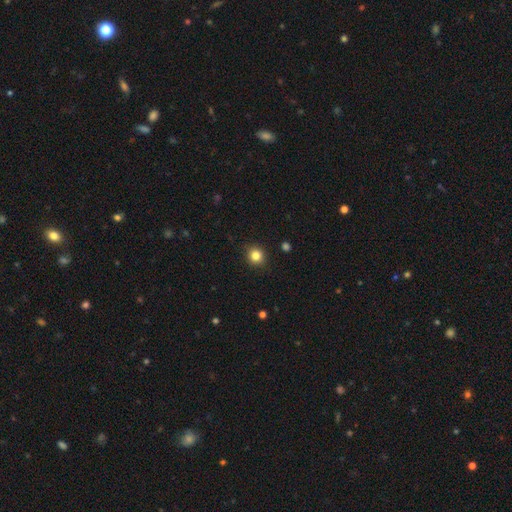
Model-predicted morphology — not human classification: A smooth galaxy with no disk features (83%) that is round (91%).

Vote fractions:
- Smooth or featured? smooth: 83% / star or artifact: 12% / featured or disk: 5%
- How rounded? round: 91% / in between: 8% / cigar-shaped: 1%
- Merging? none: 91% / minor disturbance: 6% / major disturbance: 2% / merger: 1%